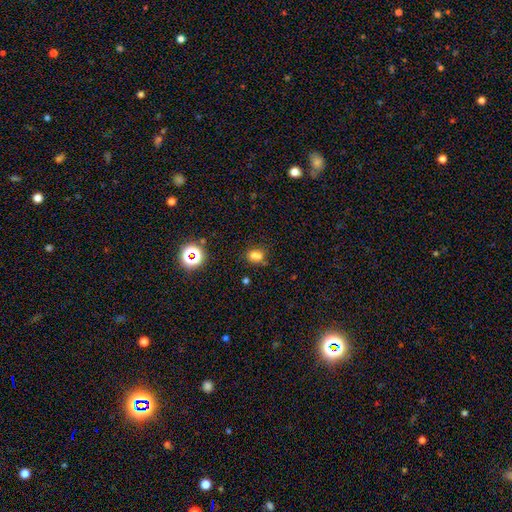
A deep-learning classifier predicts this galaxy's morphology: Smooth or featured? smooth (69%)
How rounded? in between (52%)
Merging? none (54%)